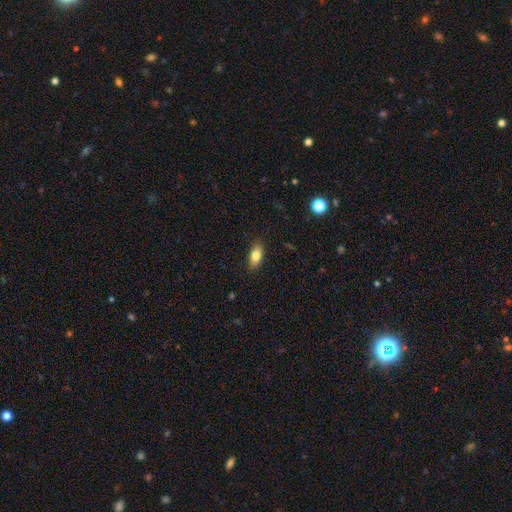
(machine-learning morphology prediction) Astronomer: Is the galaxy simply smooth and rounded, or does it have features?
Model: smooth — 81%.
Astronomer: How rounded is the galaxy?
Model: in between — 85%.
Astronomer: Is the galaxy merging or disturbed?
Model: none — 87%.